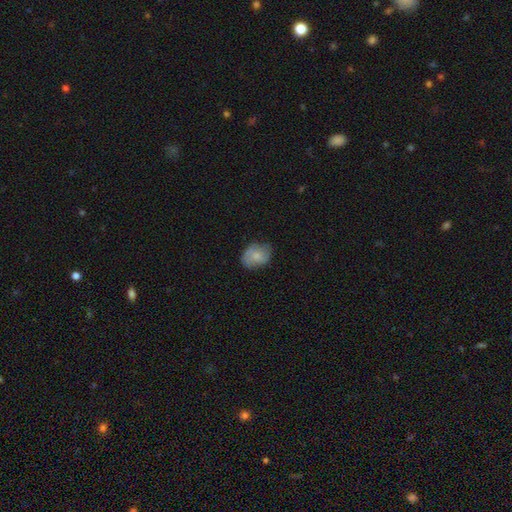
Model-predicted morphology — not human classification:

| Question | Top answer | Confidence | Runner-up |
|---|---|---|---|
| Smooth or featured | smooth | 73% | featured or disk (19%) |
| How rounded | in between | 62% | round (37%) |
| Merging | none | 64% | minor disturbance (27%) |